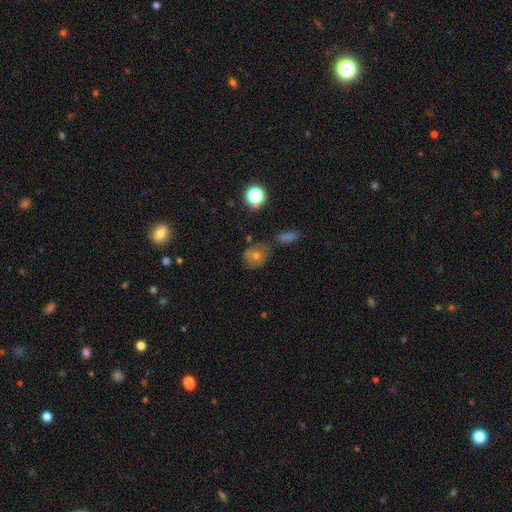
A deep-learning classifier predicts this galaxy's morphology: This is possibly a smooth galaxy (57%). How rounded: likely round (69%). Merging: likely none (61%).